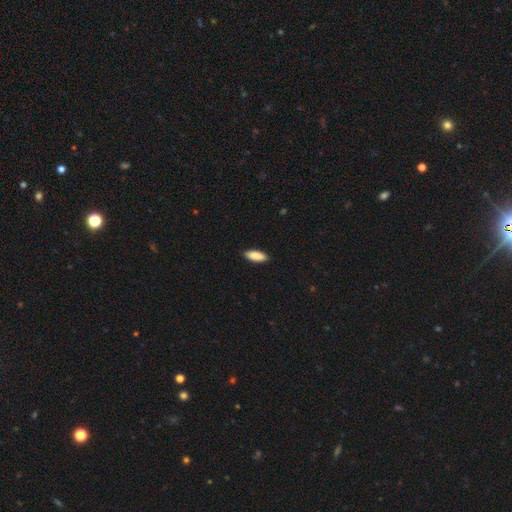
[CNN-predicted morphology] Smooth or featured? Predicted: smooth (p=0.89). How rounded? Predicted: in between (p=0.76). Merging? Predicted: none (p=0.90).